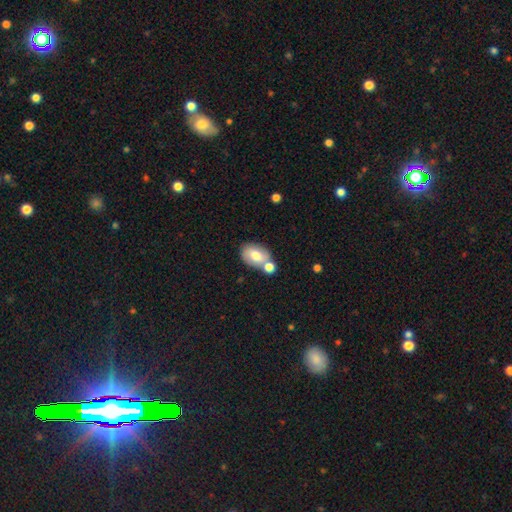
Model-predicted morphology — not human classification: The model was most divided on "merging": none: 49%, merger: 31%, minor disturbance: 15%, major disturbance: 5%. More confident: how rounded — in between (79%); smooth or featured — smooth (65%).